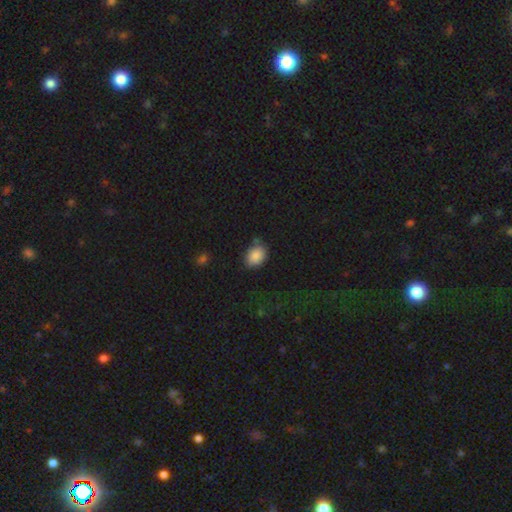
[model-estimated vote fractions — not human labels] Smooth or featured? Predicted: smooth (p=0.87). How rounded? Predicted: in between (p=0.72). Merging? Predicted: none (p=0.75).